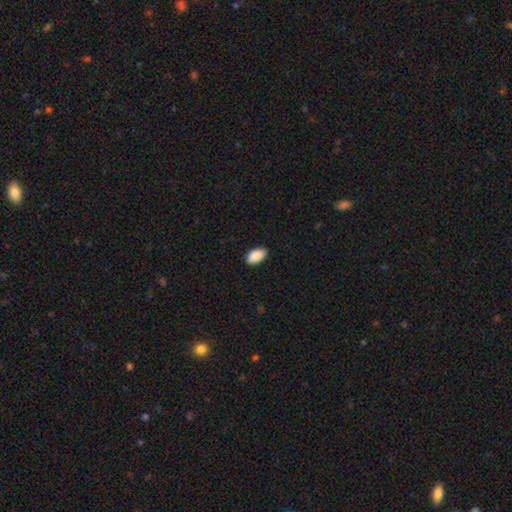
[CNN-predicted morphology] Smooth or featured? Predicted: smooth (p=0.90). How rounded? Predicted: in between (p=0.95). Merging? Predicted: none (p=0.85).